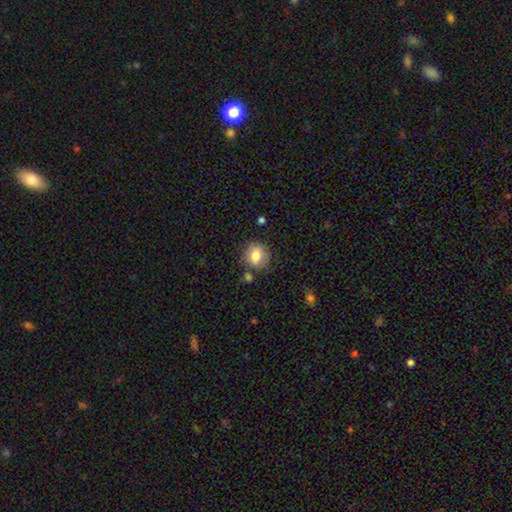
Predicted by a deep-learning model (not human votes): The model was most divided on "how rounded": round: 77%, in between: 22%, cigar-shaped: 1%. More confident: smooth or featured — smooth (81%); merging — none (76%).